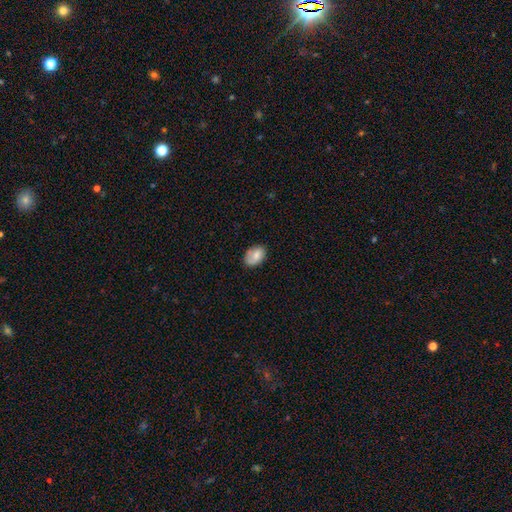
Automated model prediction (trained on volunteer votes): A smooth galaxy with no disk features (75%) that is in between round and cigar-shaped (85%).

Vote fractions:
- Smooth or featured? smooth: 75% / featured or disk: 18% / star or artifact: 7%
- How rounded? in between: 85% / round: 14% / cigar-shaped: 1%
- Merging? none: 71% / minor disturbance: 22% / major disturbance: 5% / merger: 2%